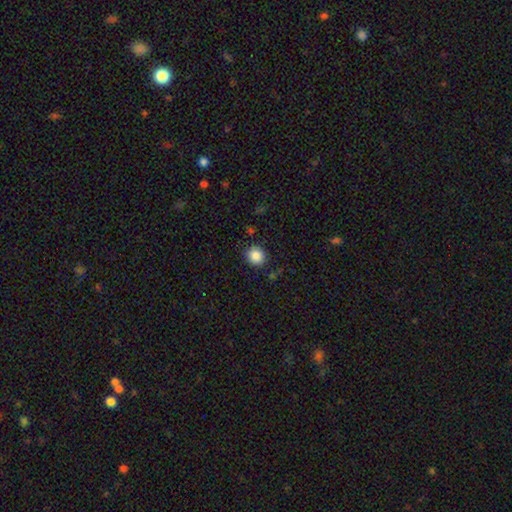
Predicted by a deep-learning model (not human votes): The model was most divided on "how rounded": round: 86%, in between: 13%, cigar-shaped: 1%. More confident: merging — none (88%); smooth or featured — smooth (86%).